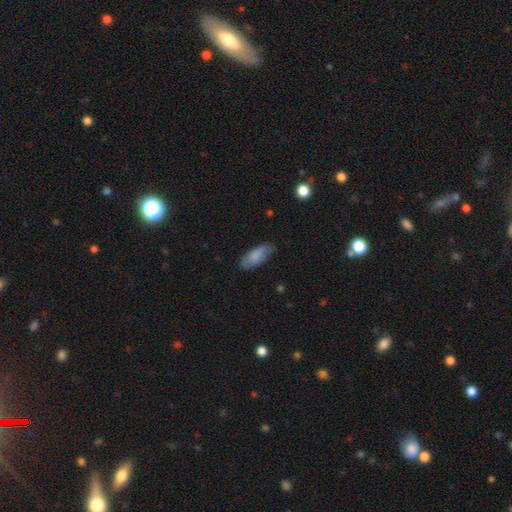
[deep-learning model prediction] smooth-or-featured: smooth: 81% | featured or disk: 13% | star or artifact: 6%
  how-rounded: in between: 81% | cigar-shaped: 18% | round: 2%
  merging: none: 78% | minor disturbance: 17% | major disturbance: 4% | merger: 1%